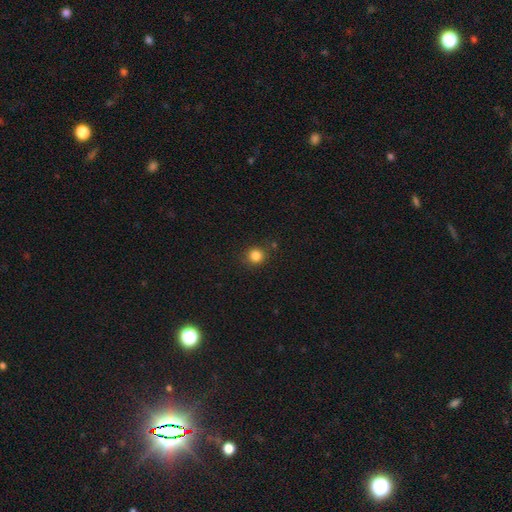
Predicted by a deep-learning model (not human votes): Overall: smooth (84%). How rounded: round (90%). Merging: none (85%).